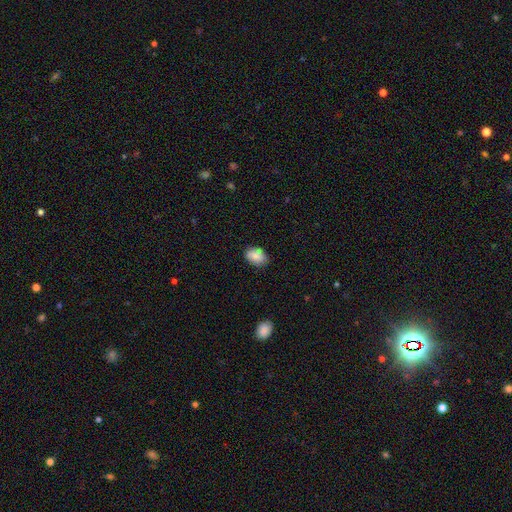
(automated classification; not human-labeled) Morphology: type=smooth (81%); roundness=in between (83%); merging=none (70%).